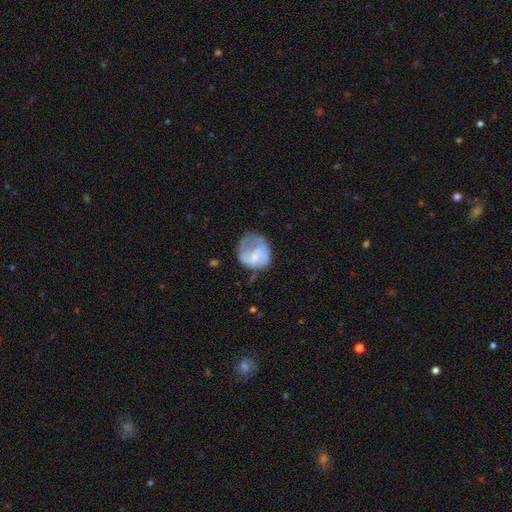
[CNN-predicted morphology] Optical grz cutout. It shows a smooth galaxy with no disk features (56%) that is round (70%). Merging: none (36%).